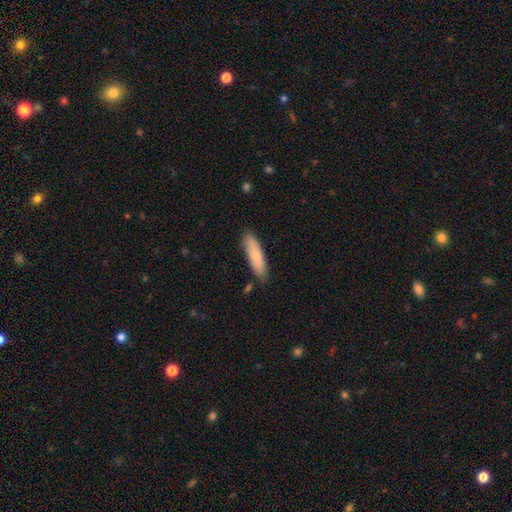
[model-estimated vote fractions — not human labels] A smooth galaxy with no disk features (78%) that is cigar-shaped (67%). Merging: none (84%).